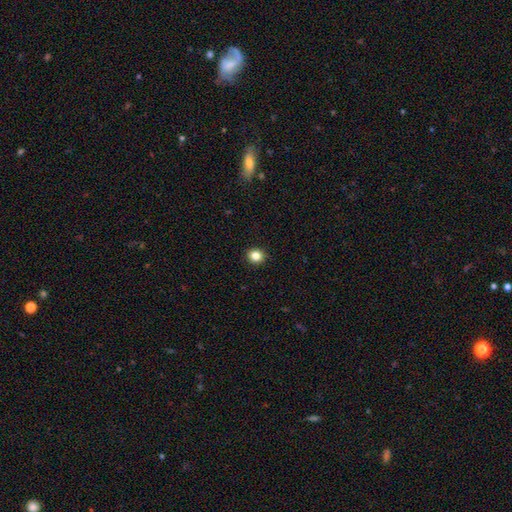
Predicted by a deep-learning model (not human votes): A smooth galaxy with no disk features (84%) that is round (82%).

Vote fractions:
- Smooth or featured? smooth: 84% / star or artifact: 11% / featured or disk: 5%
- How rounded? round: 82% / in between: 17% / cigar-shaped: 1%
- Merging? none: 92% / minor disturbance: 5% / major disturbance: 2% / merger: 1%